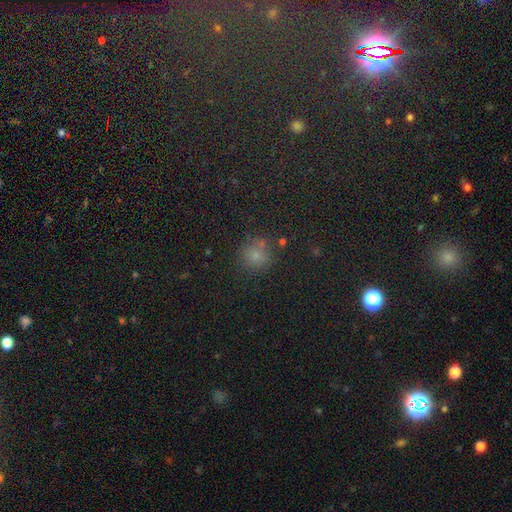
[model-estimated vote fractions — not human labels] The model was most divided on "smooth or featured": smooth: 71%, star or artifact: 22%, featured or disk: 7%. More confident: how rounded — round (88%); merging — none (73%).